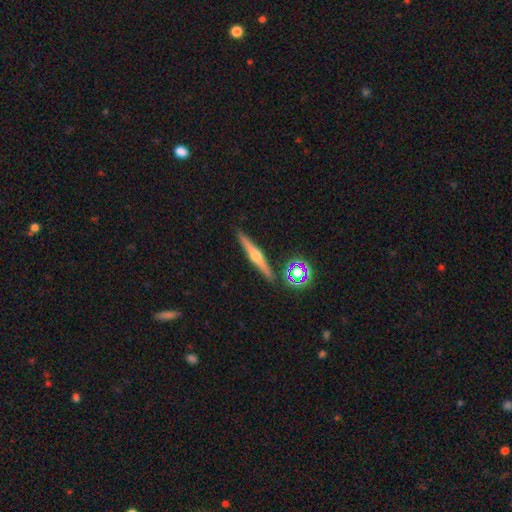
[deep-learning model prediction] smooth_or_featured: featured or disk (p=0.66) [alt: smooth p=0.24]
disk_edge_on: yes (p=0.97) [alt: no p=0.03]
edge_on_bulge: rounded (p=0.91) [alt: none p=0.06]
merging: none (p=0.89) [alt: minor disturbance p=0.06]